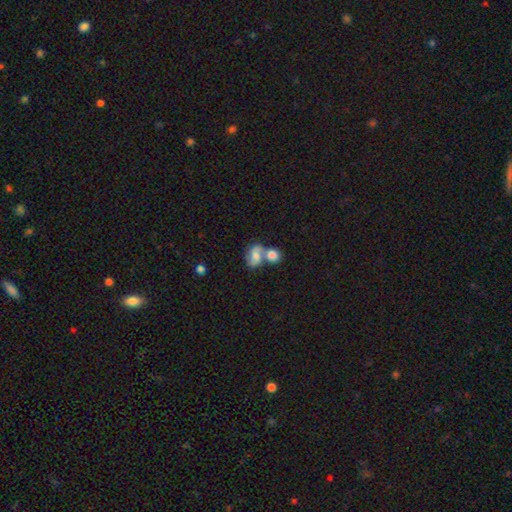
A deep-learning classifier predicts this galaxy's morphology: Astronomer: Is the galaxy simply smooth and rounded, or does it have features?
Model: smooth — 48% (runner-up: featured or disk, 43%).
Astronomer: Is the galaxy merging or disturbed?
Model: merger — 56%.